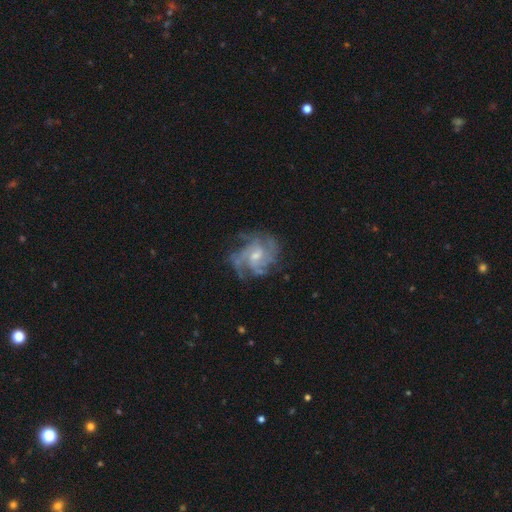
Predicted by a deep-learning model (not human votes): featured or disk 85%, smooth 7%, star or artifact 7%. Down the decision tree: edge-on disk — no (98%); bar — no (52%); spiral arms — yes (95%); spiral arm count — 4 (28%); spiral winding — tight (44%, tied with medium); bulge size — small (47%); merging — none (70%).